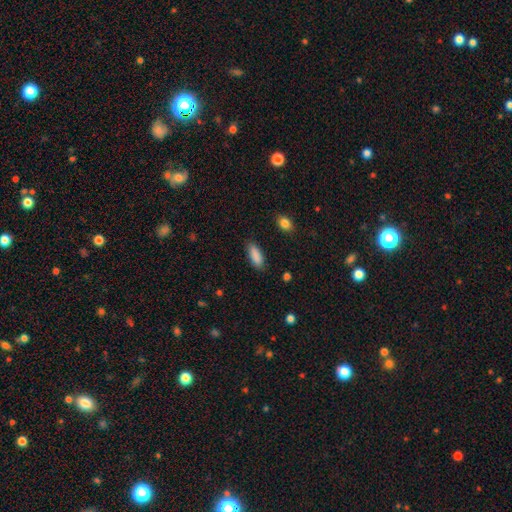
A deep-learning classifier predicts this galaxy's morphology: type=smooth (89%); roundness=in between (71%); merging=none (85%).